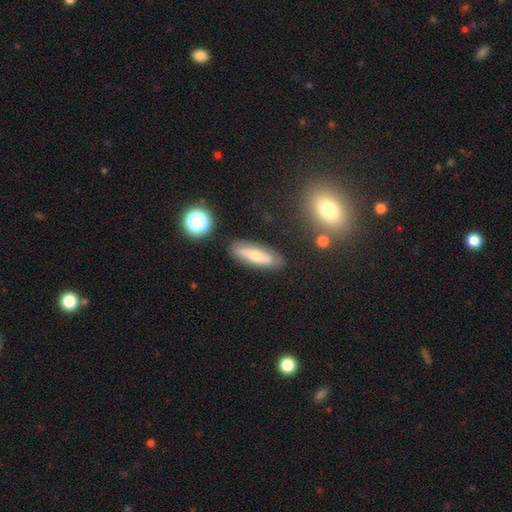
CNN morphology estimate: This appears to be a smooth galaxy with no disk features (55%) that is cigar-shaped (54%). Merging: none (81%).